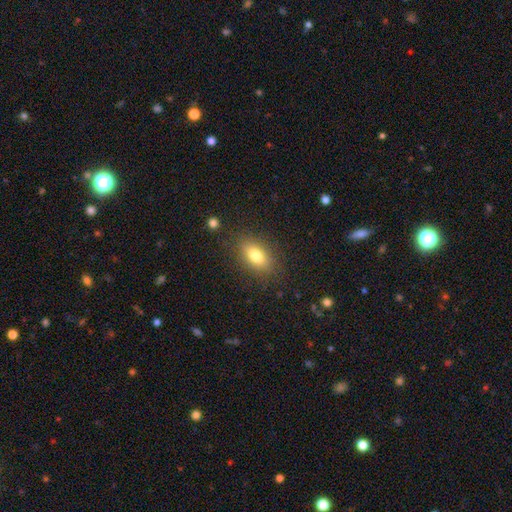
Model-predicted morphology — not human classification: smooth-or-featured: smooth: 79% | featured or disk: 12% | star or artifact: 9%
  how-rounded: in between: 85% | round: 10% | cigar-shaped: 6%
  merging: none: 84% | minor disturbance: 11% | major disturbance: 4% | merger: 2%